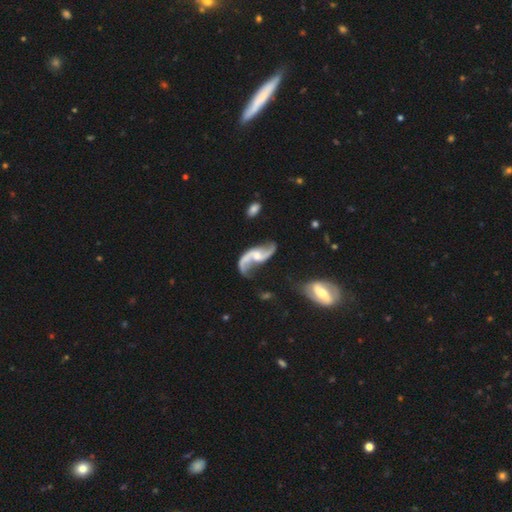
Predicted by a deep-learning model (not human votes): Smooth or featured? featured or disk (91%)
Edge-on disk? no (97%)
Bar? no (49%)
Spiral arms? yes (97%)
Spiral winding? loose (84%)
Spiral arm count? 2 (93%)
Bulge size? moderate (45%)
Merging? none (67%)